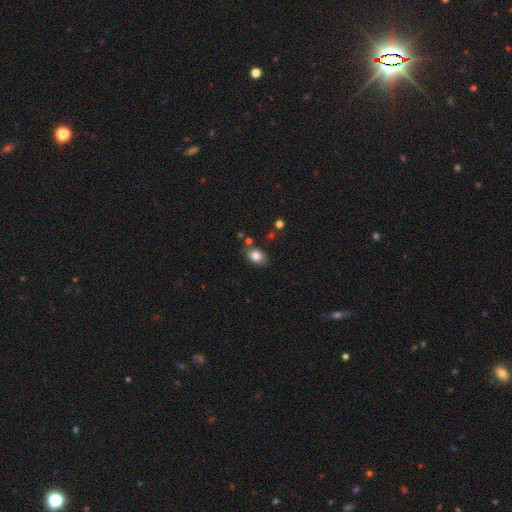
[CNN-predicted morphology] The model was most divided on "how rounded": in between: 70%, round: 29%, cigar-shaped: 1%. More confident: smooth or featured — smooth (82%); merging — none (78%).